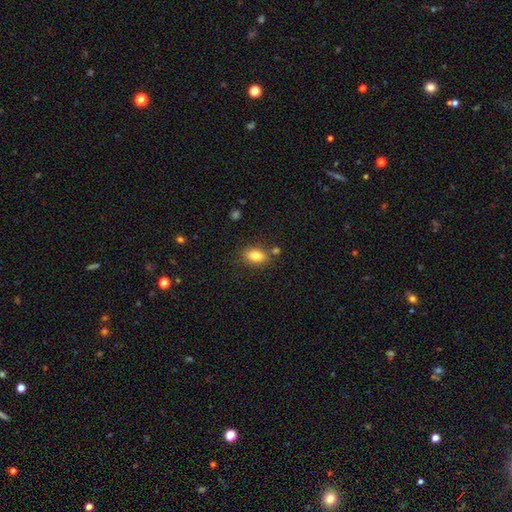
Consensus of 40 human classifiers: Smooth or featured: smooth — 82% (featured or disk — 12%)
How rounded: in between — 85% (round — 15%)
Merging: none — 61% (merger — 21%)